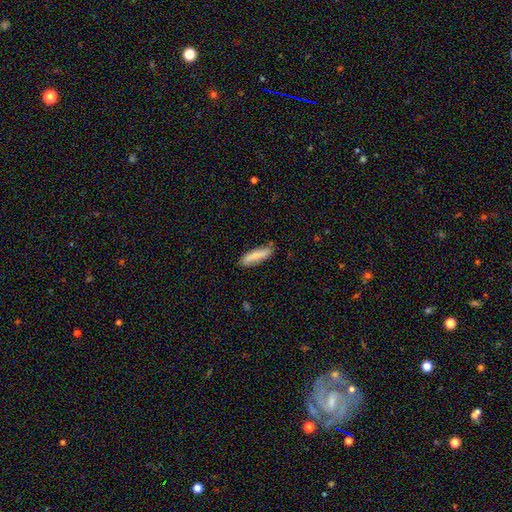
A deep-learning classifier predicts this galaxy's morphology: A smooth galaxy with no disk features (77%) that is cigar-shaped (68%).

Vote fractions:
- Smooth or featured? smooth: 77% / featured or disk: 17% / star or artifact: 6%
- How rounded? cigar-shaped: 68% / in between: 30% / round: 2%
- Merging? none: 77% / minor disturbance: 18% / major disturbance: 3% / merger: 2%